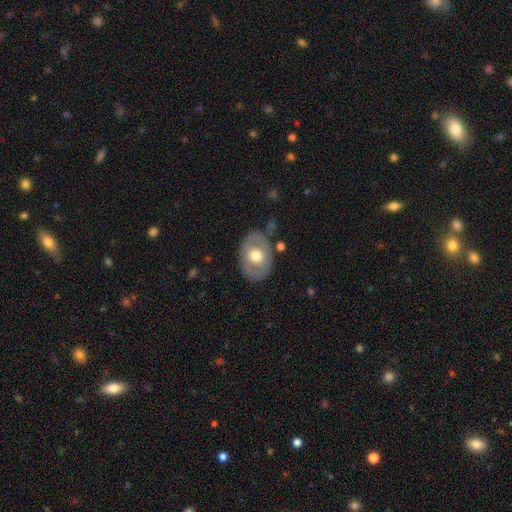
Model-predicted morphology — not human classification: This appears to be a smooth galaxy with no disk features (52%) that is in between round and cigar-shaped (75%). Merging: none (79%).